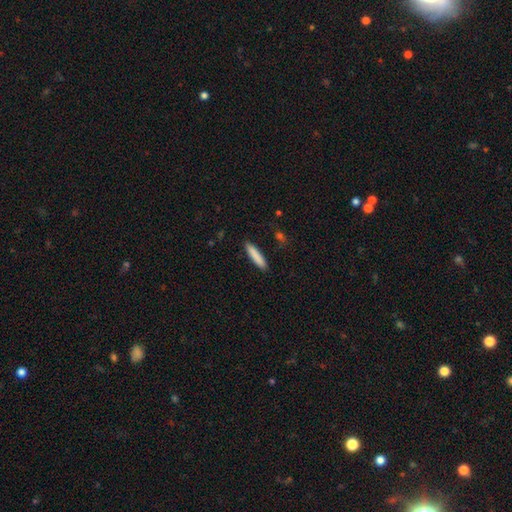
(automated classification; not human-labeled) A smooth galaxy with no disk features (86%) that is cigar-shaped (87%).

Vote fractions:
- Smooth or featured? smooth: 86% / featured or disk: 8% / star or artifact: 6%
- How rounded? cigar-shaped: 87% / in between: 12% / round: 1%
- Merging? none: 89% / minor disturbance: 8% / major disturbance: 2% / merger: 1%